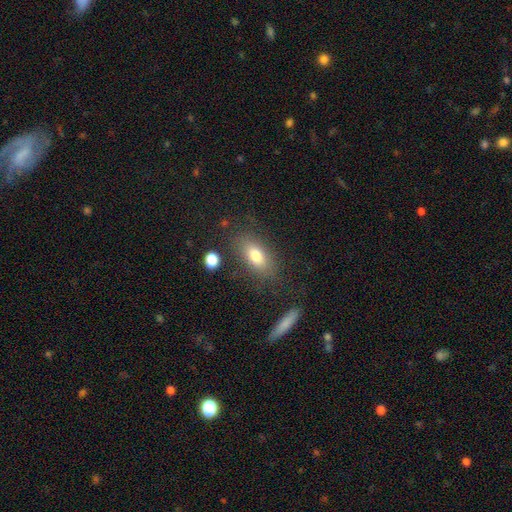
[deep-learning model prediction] Smooth or featured? Predicted: smooth (p=0.77). How rounded? Predicted: in between (p=0.84). Merging? Predicted: none (p=0.79).